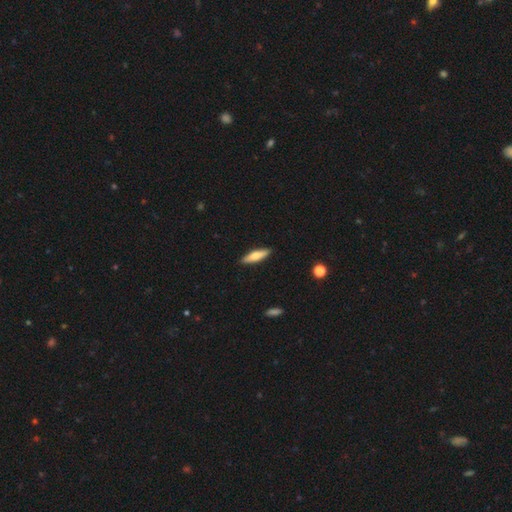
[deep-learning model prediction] Q: Smooth or featured?
A: smooth (64%); runner-up: featured or disk (30%)
Q: How rounded?
A: cigar-shaped (67%); runner-up: in between (31%)
Q: Merging?
A: none (89%); runner-up: minor disturbance (8%)